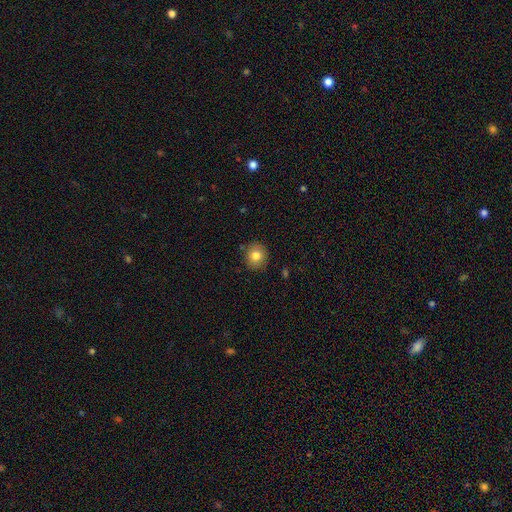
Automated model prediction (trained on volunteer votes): Q: Smooth or featured?
A: smooth (80%); runner-up: featured or disk (10%)
Q: How rounded?
A: round (85%); runner-up: in between (14%)
Q: Merging?
A: none (88%); runner-up: minor disturbance (9%)